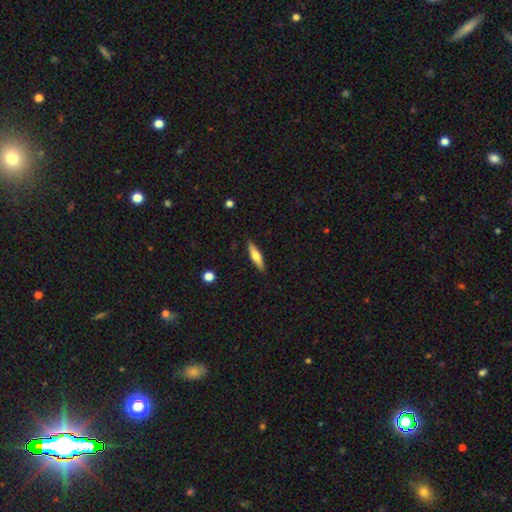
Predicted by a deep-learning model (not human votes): The model was most divided on "smooth or featured": smooth: 57%, featured or disk: 37%, star or artifact: 6%. More confident: merging — none (88%); how rounded — cigar-shaped (73%).